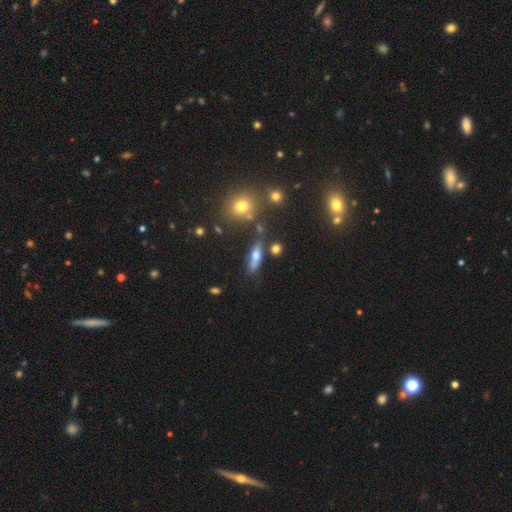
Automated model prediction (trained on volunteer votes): This appears to be a smooth galaxy with no disk features (57%) that is cigar-shaped (57%). Merging: none (71%).